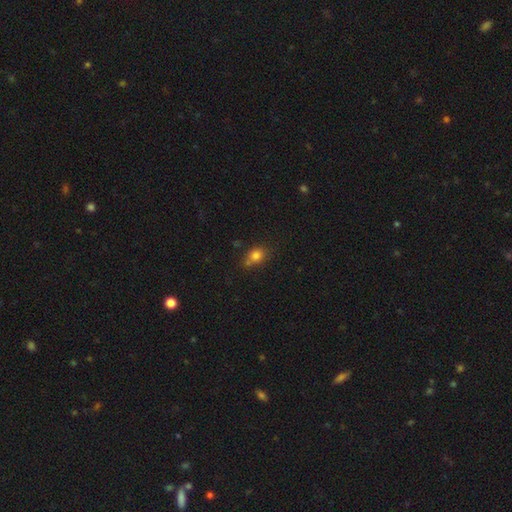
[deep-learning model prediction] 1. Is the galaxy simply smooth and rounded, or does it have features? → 81% smooth, 12% star or artifact, 8% featured or disk.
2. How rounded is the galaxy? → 50% in between, 48% round, 2% cigar-shaped.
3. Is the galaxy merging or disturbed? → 63% none, 22% minor disturbance, 10% merger, 5% major disturbance.